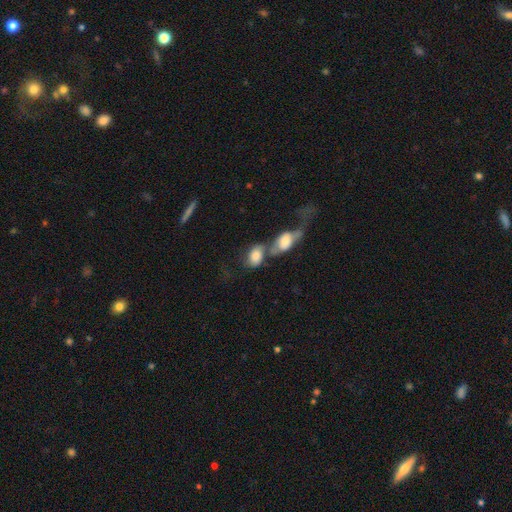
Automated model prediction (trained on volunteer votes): This appears to be a smooth galaxy with no disk features (71%) that is in between round and cigar-shaped (81%). Merging: merger (67%).